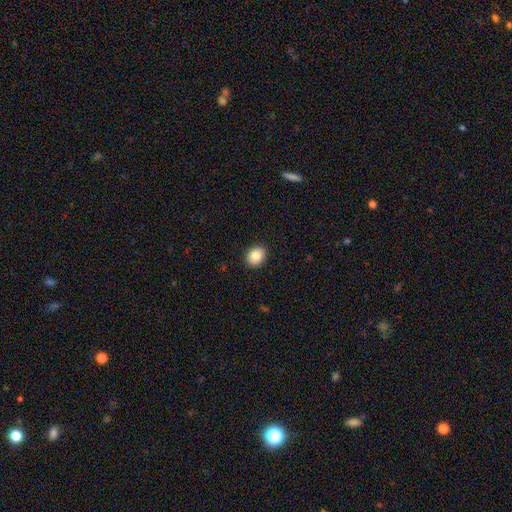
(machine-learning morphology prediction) The model was most divided on "how rounded": round: 66%, in between: 33%, cigar-shaped: 1%. More confident: merging — none (91%); smooth or featured — smooth (83%).